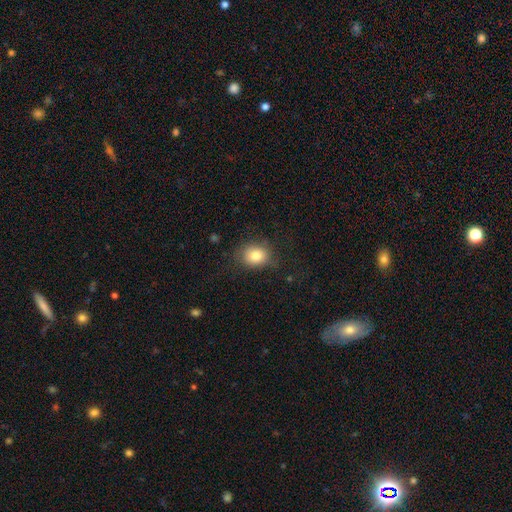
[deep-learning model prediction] A smooth galaxy with no disk features (80%) that is round (58%).

Vote fractions:
- Smooth or featured? smooth: 80% / star or artifact: 11% / featured or disk: 9%
- How rounded? round: 58% / in between: 41% / cigar-shaped: 1%
- Merging? none: 76% / minor disturbance: 18% / major disturbance: 6% / merger: 1%